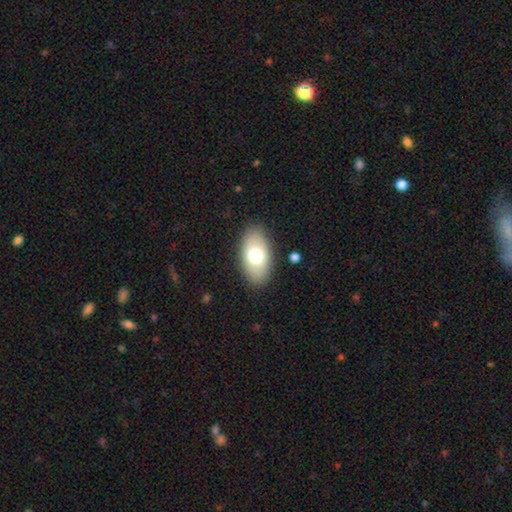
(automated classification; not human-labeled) This is likely a smooth galaxy (72%). How rounded: clearly in between (93%). Merging: clearly none (87%).